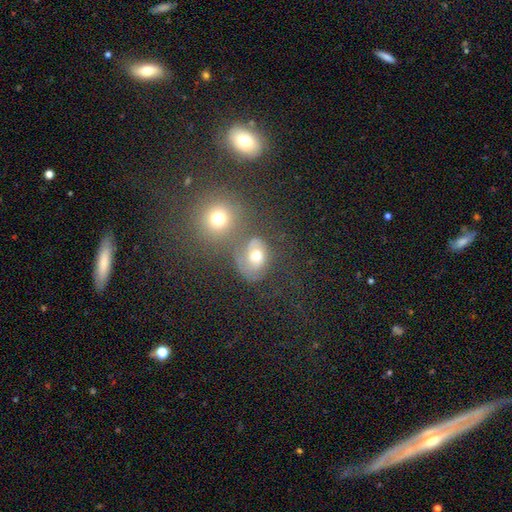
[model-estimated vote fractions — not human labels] A smooth galaxy with no disk features (49%).

Vote fractions:
- Smooth or featured? smooth: 49% / featured or disk: 35% / star or artifact: 16%
- Merging? none: 47% / merger: 27% / minor disturbance: 14% / major disturbance: 12%